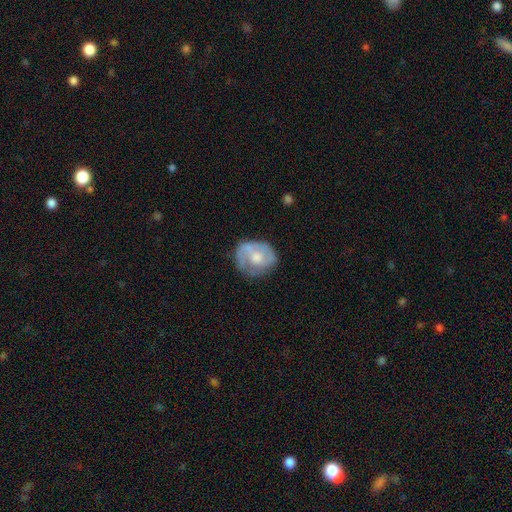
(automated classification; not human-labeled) The model was most divided on "smooth or featured": featured or disk: 48%, smooth: 45%, star or artifact: 7%. More confident: merging — none (59%).